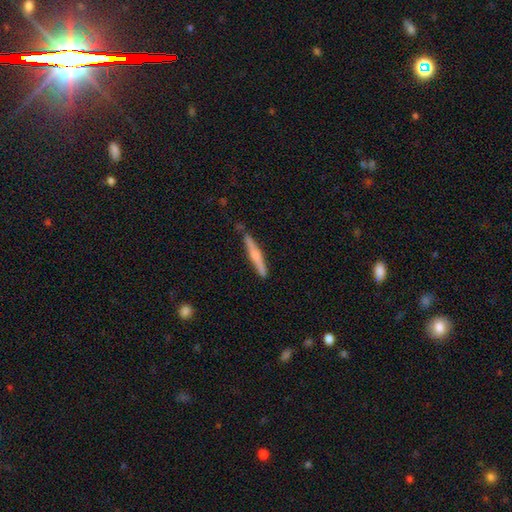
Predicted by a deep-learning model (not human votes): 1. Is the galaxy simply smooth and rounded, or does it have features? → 49% featured or disk, 46% smooth, 5% star or artifact.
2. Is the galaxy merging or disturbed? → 85% none, 11% minor disturbance, 2% merger, 2% major disturbance.